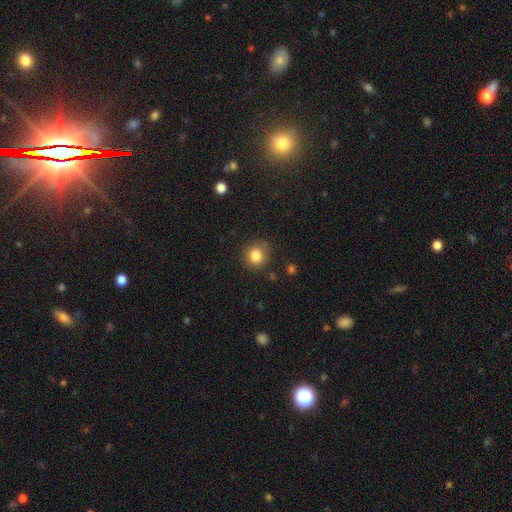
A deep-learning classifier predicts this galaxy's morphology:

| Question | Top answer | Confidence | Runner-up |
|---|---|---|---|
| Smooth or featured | smooth | 83% | star or artifact (11%) |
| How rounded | round | 90% | in between (9%) |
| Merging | none | 83% | minor disturbance (11%) |